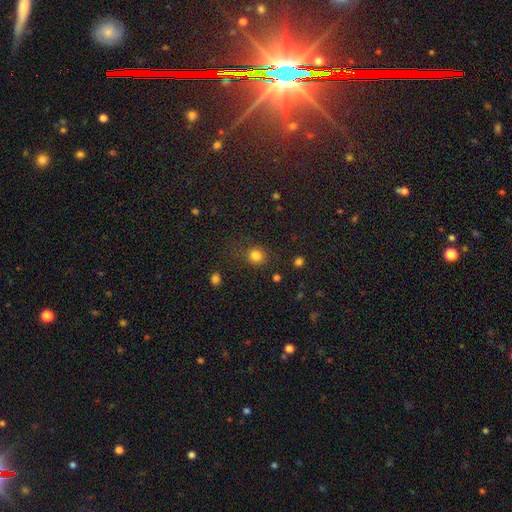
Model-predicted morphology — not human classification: Q: Smooth or featured?
A: smooth (81%); runner-up: star or artifact (13%)
Q: How rounded?
A: round (83%); runner-up: in between (16%)
Q: Merging?
A: none (77%); runner-up: minor disturbance (13%)